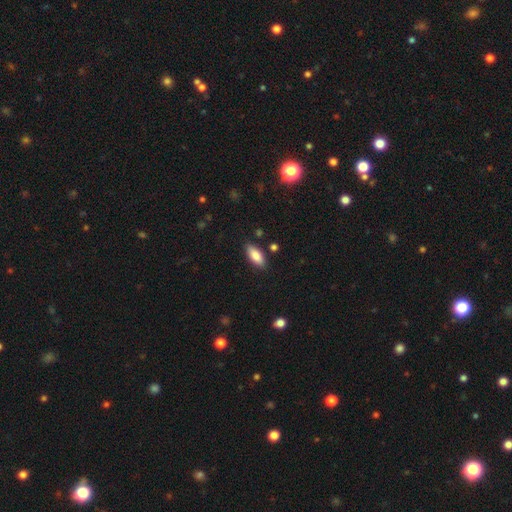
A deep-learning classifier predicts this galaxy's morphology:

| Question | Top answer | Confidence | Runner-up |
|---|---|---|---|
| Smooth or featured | smooth | 84% | featured or disk (9%) |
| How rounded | in between | 83% | cigar-shaped (15%) |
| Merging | none | 86% | minor disturbance (10%) |